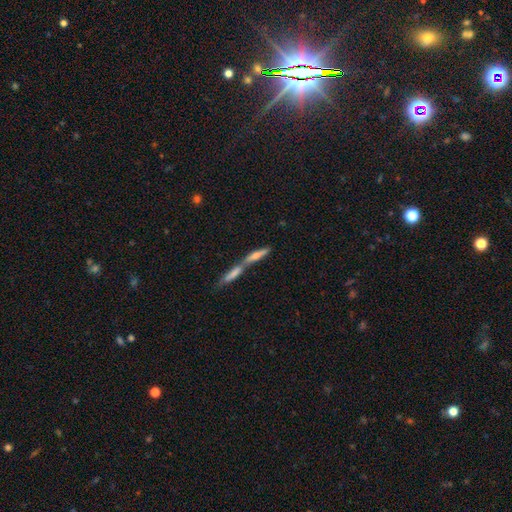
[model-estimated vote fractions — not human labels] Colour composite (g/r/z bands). It shows a featured or disk galaxy (49%). Merging: merger (61%).